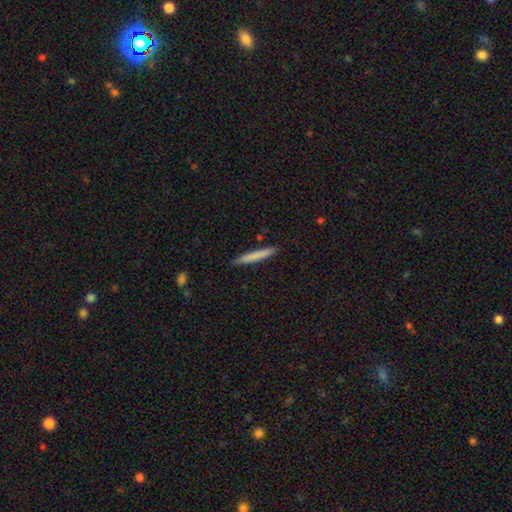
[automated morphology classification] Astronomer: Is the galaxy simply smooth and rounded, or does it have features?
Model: smooth — 75%.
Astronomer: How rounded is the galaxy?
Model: cigar-shaped — 96%.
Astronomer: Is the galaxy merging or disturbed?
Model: none — 89%.